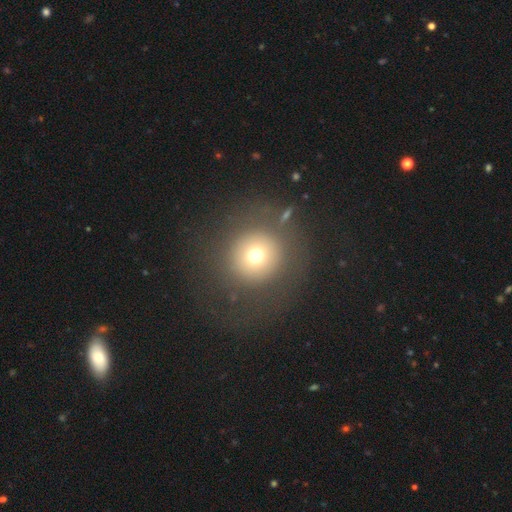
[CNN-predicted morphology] Q: Smooth or featured?
A: smooth (69%); runner-up: star or artifact (16%)
Q: How rounded?
A: round (94%); runner-up: in between (5%)
Q: Merging?
A: none (76%); runner-up: major disturbance (10%)